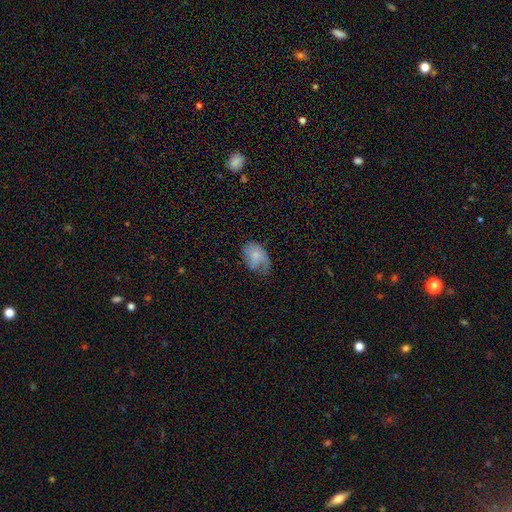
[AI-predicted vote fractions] smooth 68%, featured or disk 24%, star or artifact 8%. Down the decision tree: how rounded — in between (83%); merging — none (39%).